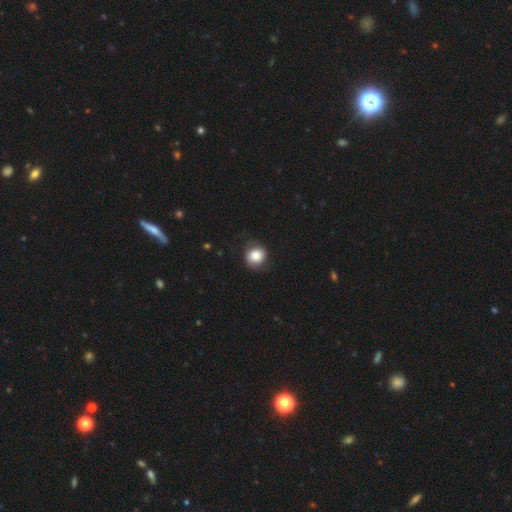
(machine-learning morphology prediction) The model was most divided on "merging": none: 75%, minor disturbance: 17%, major disturbance: 7%, merger: 1%. More confident: how rounded — round (83%); smooth or featured — smooth (75%).